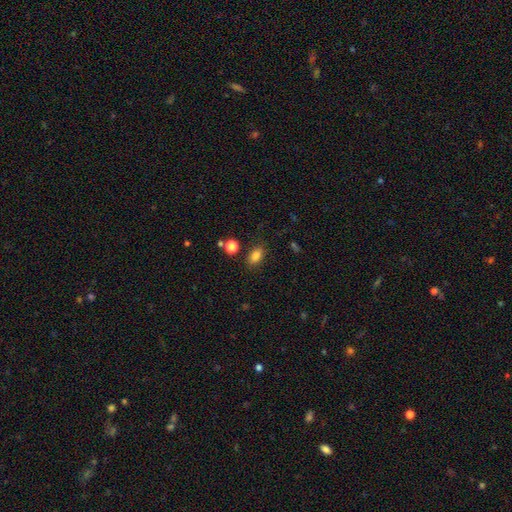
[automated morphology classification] Overall: smooth (83%). How rounded: in between (83%). Merging: none (82%).